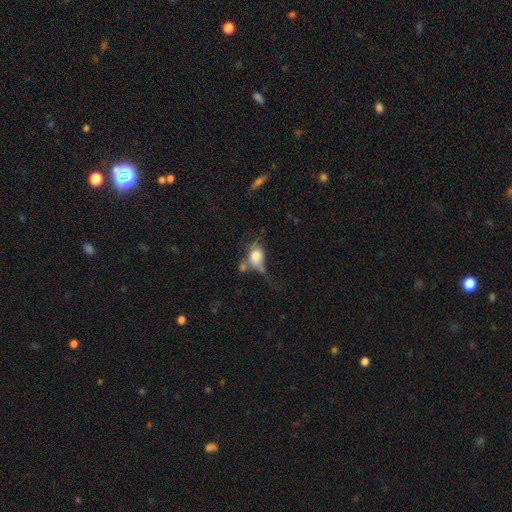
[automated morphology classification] smooth 71%, featured or disk 20%, star or artifact 9%. Down the decision tree: how rounded — in between (72%); merging — major disturbance (29%).